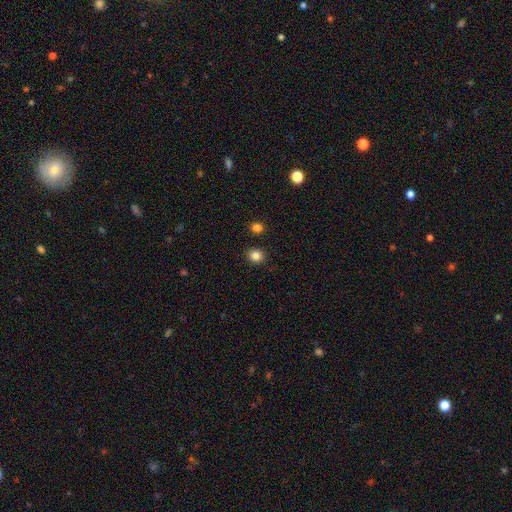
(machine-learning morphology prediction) A smooth galaxy with no disk features (84%) that is round (85%). Merging: none (89%).